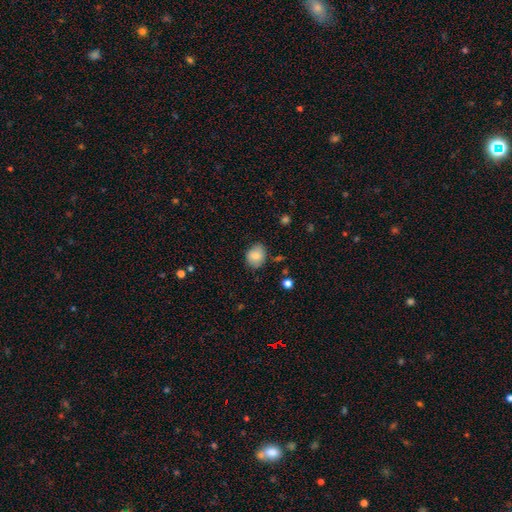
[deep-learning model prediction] smooth-or-featured: smooth: 81% | featured or disk: 11% | star or artifact: 8%
  how-rounded: round: 55% | in between: 45% | cigar-shaped: 1%
  merging: none: 78% | minor disturbance: 17% | major disturbance: 3% | merger: 2%